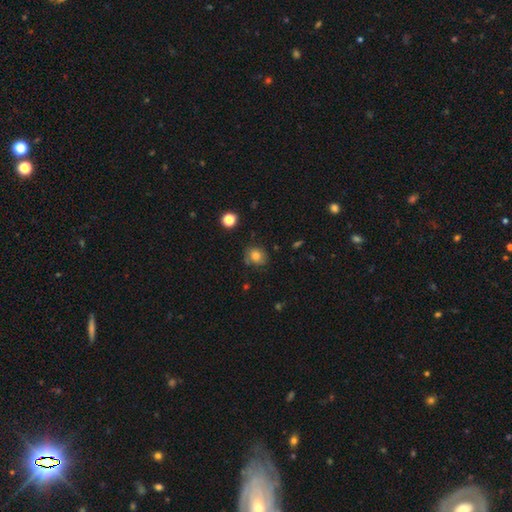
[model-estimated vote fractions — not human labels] This appears to be a smooth galaxy with no disk features (77%) that is round (68%). Merging: none (72%).